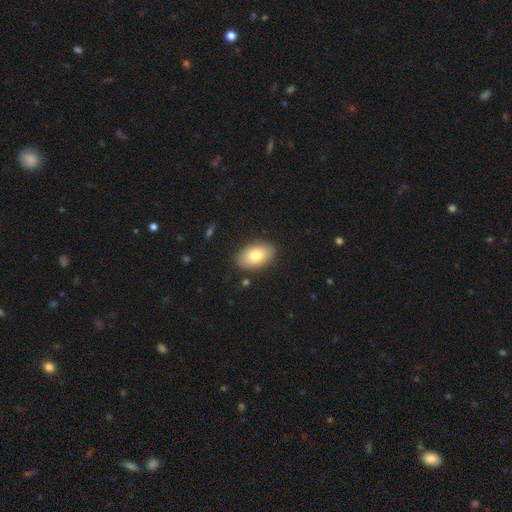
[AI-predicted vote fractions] The model was most divided on "smooth or featured": smooth: 76%, featured or disk: 17%, star or artifact: 7%. More confident: how rounded — in between (92%); merging — none (87%).